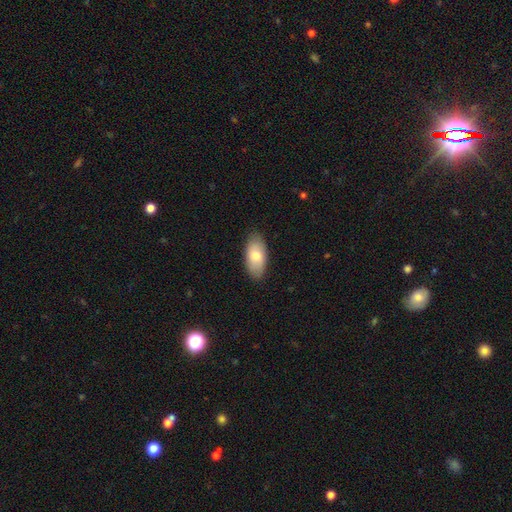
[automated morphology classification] Smooth or featured? Predicted: smooth (p=0.77). How rounded? Predicted: in between (p=0.92). Merging? Predicted: none (p=0.87).